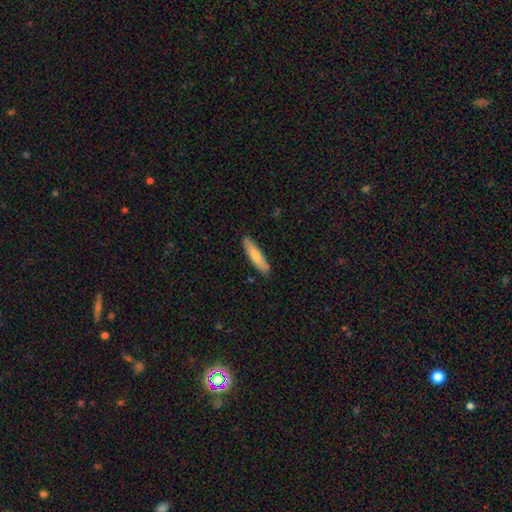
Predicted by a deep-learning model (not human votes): Smooth or featured: smooth — 75% (featured or disk — 20%)
How rounded: cigar-shaped — 80% (in between — 19%)
Merging: none — 86% (minor disturbance — 11%)